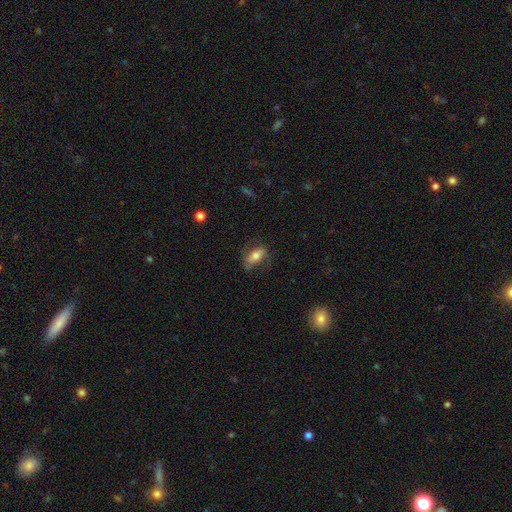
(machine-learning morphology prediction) Q: Smooth or featured?
A: smooth (57%); runner-up: featured or disk (36%)
Q: How rounded?
A: in between (78%); runner-up: cigar-shaped (16%)
Q: Merging?
A: none (65%); runner-up: minor disturbance (22%)